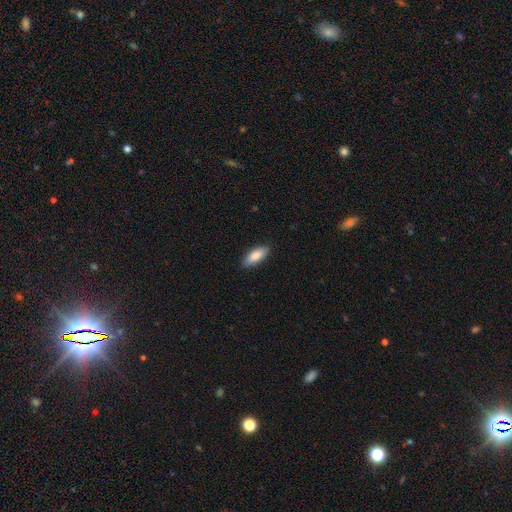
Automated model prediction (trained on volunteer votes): A smooth galaxy with no disk features (83%) that is in between round and cigar-shaped (76%).

Vote fractions:
- Smooth or featured? smooth: 83% / featured or disk: 11% / star or artifact: 6%
- How rounded? in between: 76% / cigar-shaped: 22% / round: 2%
- Merging? none: 88% / minor disturbance: 9% / major disturbance: 2% / merger: 1%